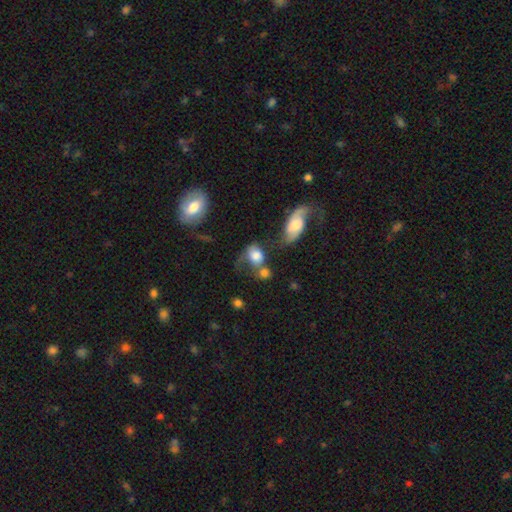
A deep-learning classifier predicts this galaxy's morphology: This appears to be a smooth galaxy with no disk features (69%) that is in between round and cigar-shaped (63%). Merging: merger (32%).